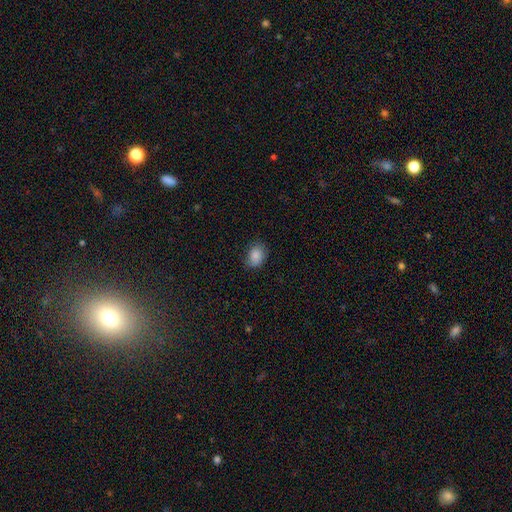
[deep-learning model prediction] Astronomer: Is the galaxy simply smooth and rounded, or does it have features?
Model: smooth — 86%.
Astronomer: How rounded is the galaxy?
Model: in between — 69%.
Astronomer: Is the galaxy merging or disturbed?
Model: none — 75%.